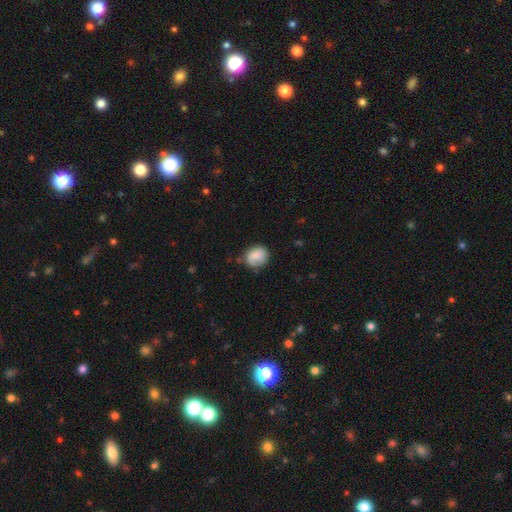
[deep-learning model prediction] The model was most divided on "merging": none: 62%, minor disturbance: 27%, major disturbance: 8%, merger: 3%. More confident: smooth or featured — smooth (81%); how rounded — round (68%).